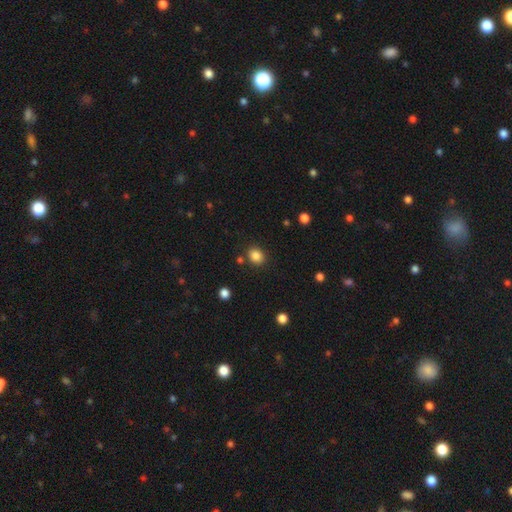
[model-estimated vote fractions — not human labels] smooth 85%, star or artifact 11%, featured or disk 4%. Down the decision tree: how rounded — round (58%); merging — none (84%).